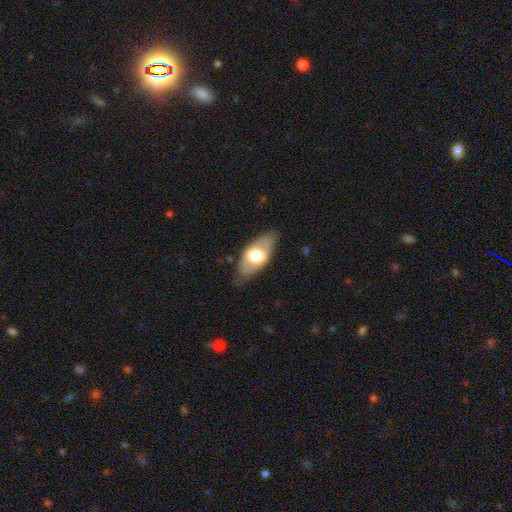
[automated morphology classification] smooth-or-featured: smooth: 54% | featured or disk: 41% | star or artifact: 5%
  how-rounded: in between: 88% | cigar-shaped: 8% | round: 4%
  merging: none: 76% | minor disturbance: 18% | major disturbance: 5% | merger: 1%